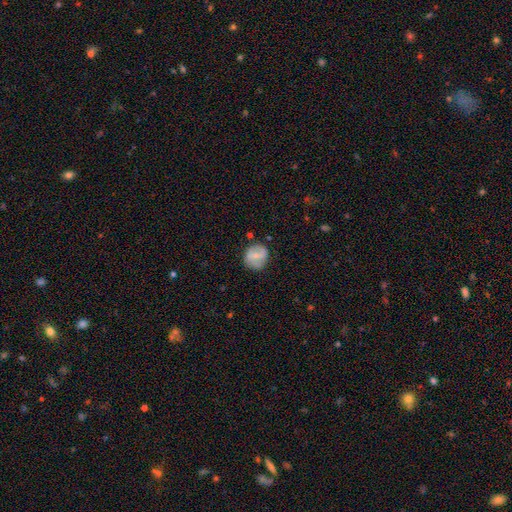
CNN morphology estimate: smooth-or-featured: smooth: 52% | featured or disk: 41% | star or artifact: 7%
  how-rounded: round: 79% | in between: 20% | cigar-shaped: 1%
  merging: none: 72% | minor disturbance: 20% | major disturbance: 6% | merger: 3%